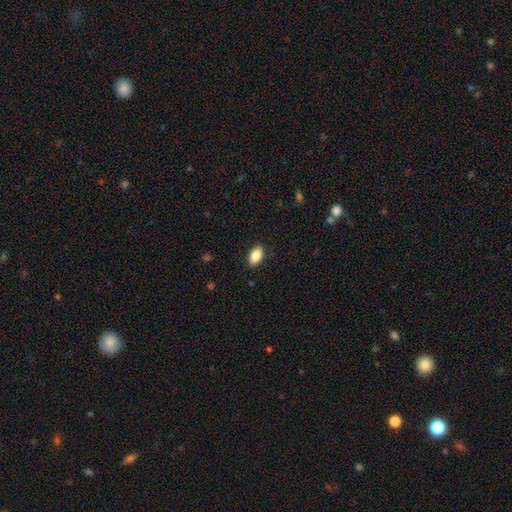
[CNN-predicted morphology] A smooth galaxy with no disk features (85%) that is in between round and cigar-shaped (92%).

Vote fractions:
- Smooth or featured? smooth: 85% / featured or disk: 7% / star or artifact: 7%
- How rounded? in between: 92% / round: 5% / cigar-shaped: 3%
- Merging? none: 88% / minor disturbance: 9% / major disturbance: 2% / merger: 1%